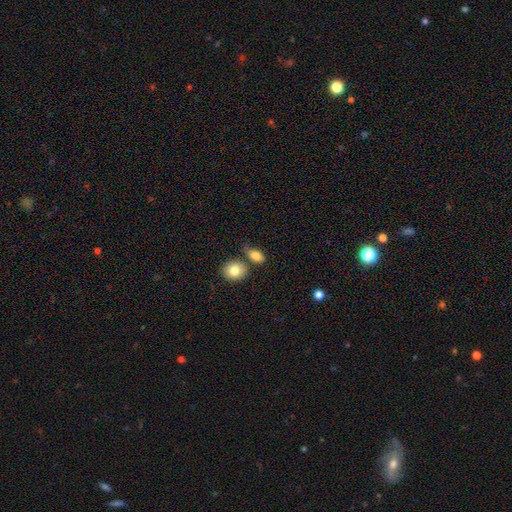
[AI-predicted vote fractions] Smooth or featured?
  - smooth: 84% *
  - star or artifact: 8%
  - featured or disk: 8%
How rounded?
  - in between: 78% *
  - round: 19%
  - cigar-shaped: 3%
Merging?
  - none: 56% *
  - merger: 21%
  - minor disturbance: 17%
  - major disturbance: 6%